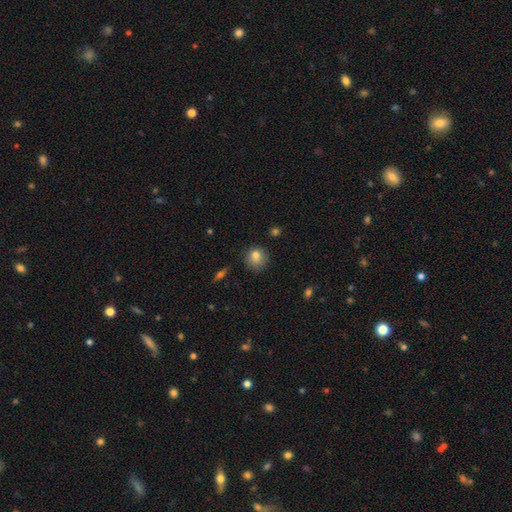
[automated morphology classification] Smooth or featured: smooth — 82% (star or artifact — 10%)
How rounded: round — 86% (in between — 13%)
Merging: none — 75% (minor disturbance — 19%)